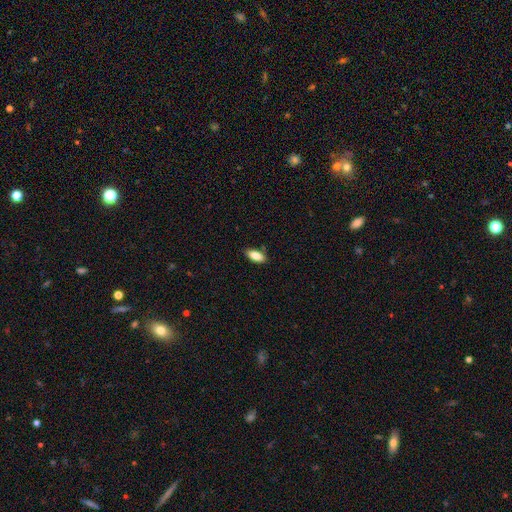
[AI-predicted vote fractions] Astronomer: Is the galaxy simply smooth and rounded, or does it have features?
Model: smooth — 85%.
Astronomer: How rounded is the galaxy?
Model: in between — 87%.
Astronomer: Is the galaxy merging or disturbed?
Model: none — 85%.